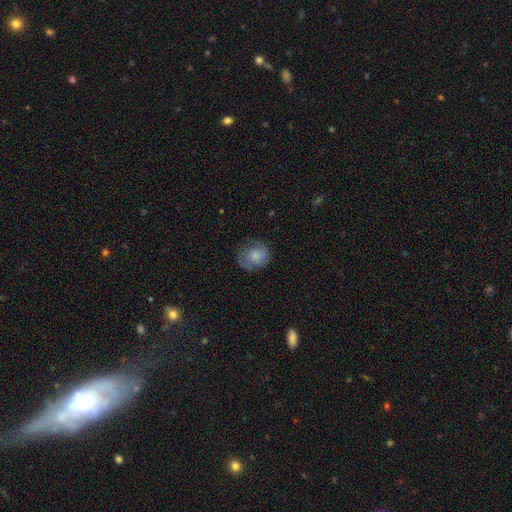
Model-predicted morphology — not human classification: type=smooth (73%); roundness=round (71%); merging=none (61%).